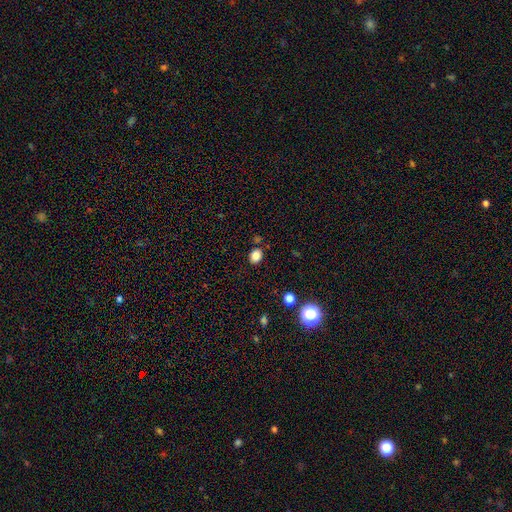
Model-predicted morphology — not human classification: The model was most divided on "how rounded": round: 52%, in between: 47%, cigar-shaped: 1%. More confident: merging — none (84%); smooth or featured — smooth (83%).